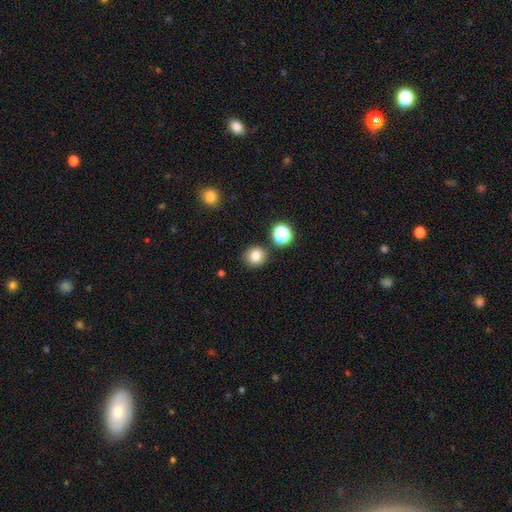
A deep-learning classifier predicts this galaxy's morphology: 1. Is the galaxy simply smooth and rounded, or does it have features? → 80% smooth, 13% star or artifact, 7% featured or disk.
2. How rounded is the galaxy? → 84% round, 15% in between, 1% cigar-shaped.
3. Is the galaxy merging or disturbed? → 85% none, 8% minor disturbance, 5% merger, 2% major disturbance.